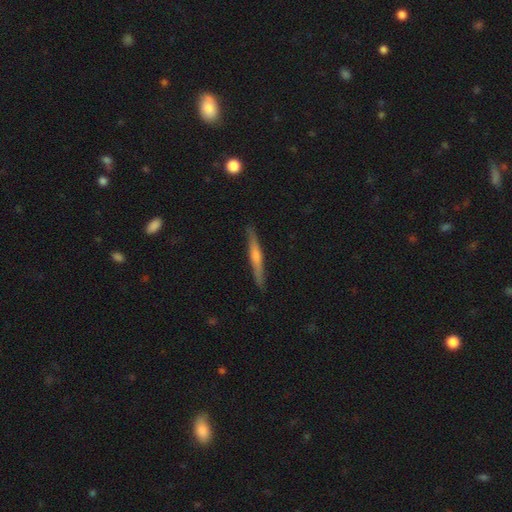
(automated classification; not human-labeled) Smooth or featured? Predicted: featured or disk (p=0.70). Edge-on disk? Predicted: yes (p=0.97). Edge-on bulge? Predicted: rounded (p=0.80). Merging? Predicted: none (p=0.90).